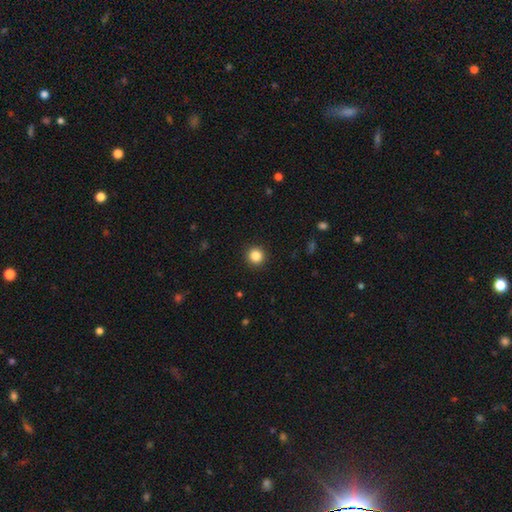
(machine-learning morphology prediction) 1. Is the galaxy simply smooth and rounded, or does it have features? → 85% smooth, 11% star or artifact, 4% featured or disk.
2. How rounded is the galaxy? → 94% round, 5% in between, 1% cigar-shaped.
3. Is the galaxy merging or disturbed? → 93% none, 5% minor disturbance, 2% major disturbance, 1% merger.